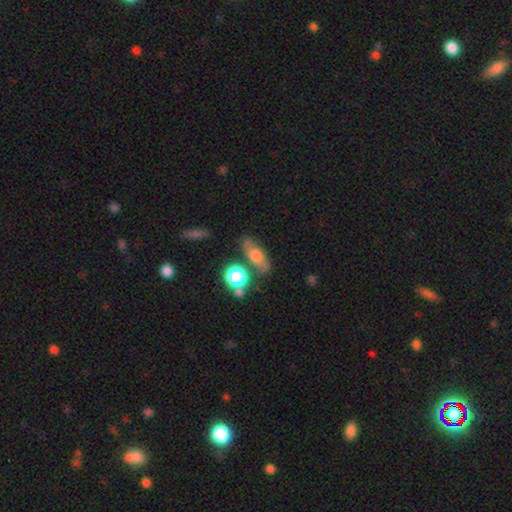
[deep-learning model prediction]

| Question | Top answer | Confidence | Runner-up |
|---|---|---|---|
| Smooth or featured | smooth | 56% | featured or disk (32%) |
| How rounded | in between | 60% | cigar-shaped (23%) |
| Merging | none | 71% | minor disturbance (16%) |